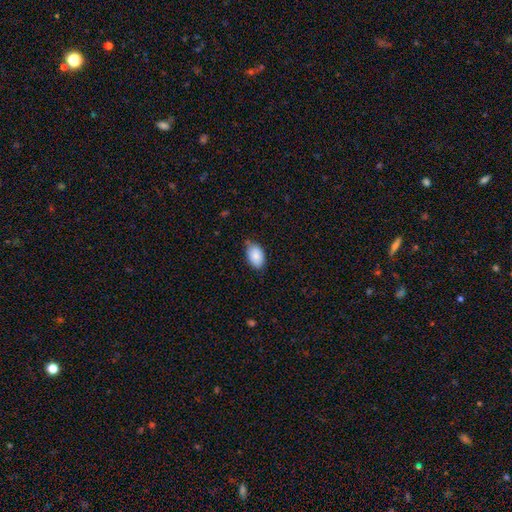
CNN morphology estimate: Q: Smooth or featured?
A: smooth (87%); runner-up: star or artifact (7%)
Q: How rounded?
A: in between (91%); runner-up: round (7%)
Q: Merging?
A: none (69%); runner-up: minor disturbance (26%)